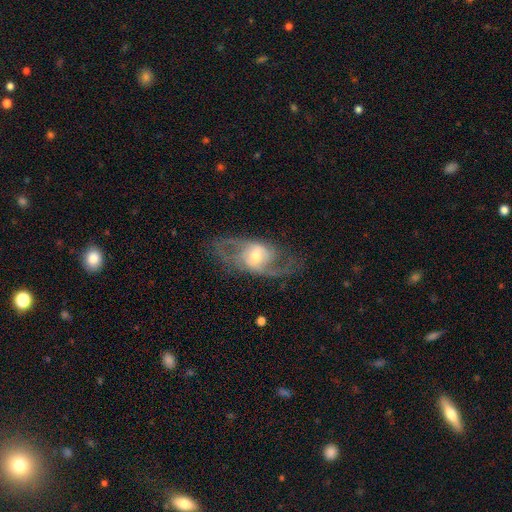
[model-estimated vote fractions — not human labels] smooth_or_featured: featured or disk (p=0.82) [alt: smooth p=0.12]
disk_edge_on: no (p=0.93) [alt: yes p=0.07]
bar: no (p=0.44) [alt: weak p=0.41]
has_spiral_arms: yes (p=0.89) [alt: no p=0.11]
spiral_winding: medium (p=0.50) [alt: loose p=0.34]
spiral_arm_count: 2 (p=0.84) [alt: can't tell p=0.08]
bulge_size: moderate (p=0.57) [alt: small p=0.33]
merging: none (p=0.72) [alt: minor disturbance p=0.15]